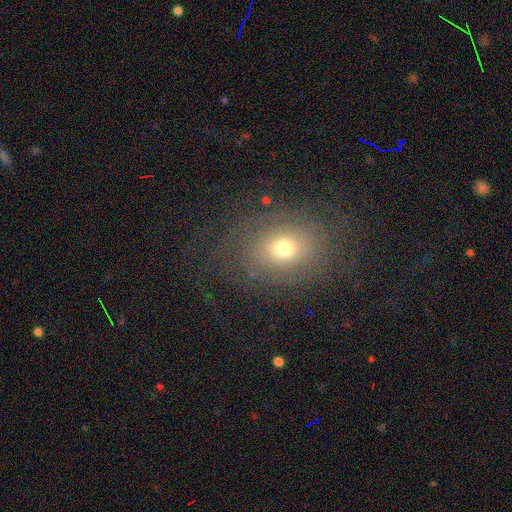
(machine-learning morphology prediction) Q: Smooth or featured?
A: smooth (61%); runner-up: star or artifact (22%)
Q: How rounded?
A: in between (56%); runner-up: round (43%)
Q: Merging?
A: none (83%); runner-up: minor disturbance (11%)